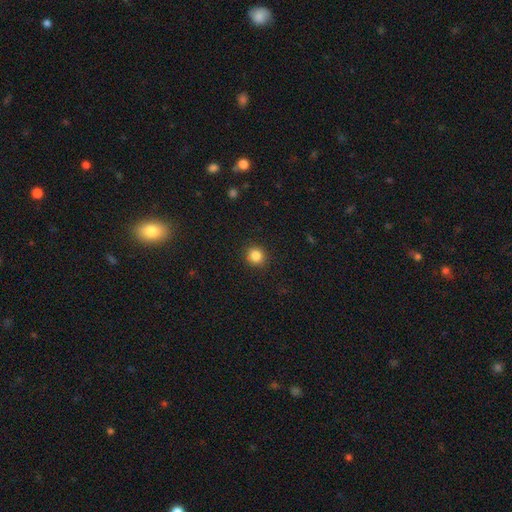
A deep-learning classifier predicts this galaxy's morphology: Smooth or featured? smooth (84%)
How rounded? round (92%)
Merging? none (92%)